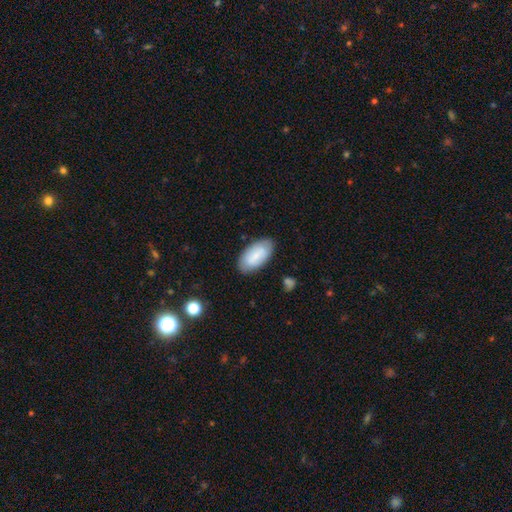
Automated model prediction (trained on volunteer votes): Smooth or featured? smooth (79%)
How rounded? in between (95%)
Merging? none (83%)